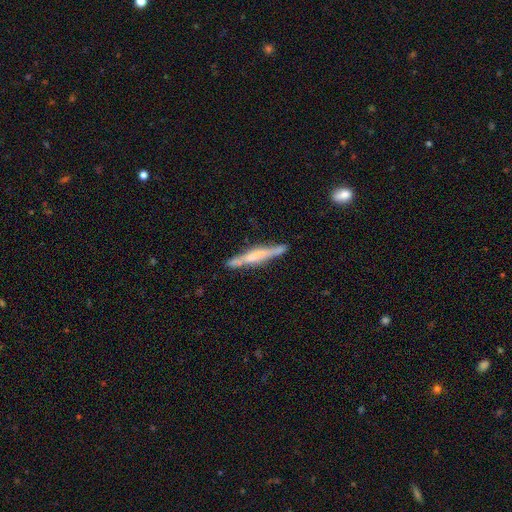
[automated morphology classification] smooth-or-featured: featured or disk: 60% | smooth: 34% | star or artifact: 6%
  disk-edge-on: yes: 95% | no: 5%
    edge-on-bulge: boxy: 45% | rounded: 32% | none: 24%
  merging: none: 79% | minor disturbance: 14% | merger: 4% | major disturbance: 3%